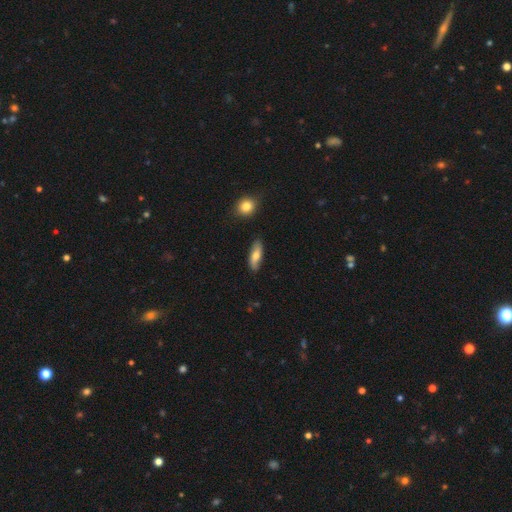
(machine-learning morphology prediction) smooth-or-featured: smooth: 64% | featured or disk: 29% | star or artifact: 7%
  how-rounded: in between: 65% | cigar-shaped: 31% | round: 4%
  merging: none: 82% | minor disturbance: 13% | major disturbance: 2% | merger: 2%